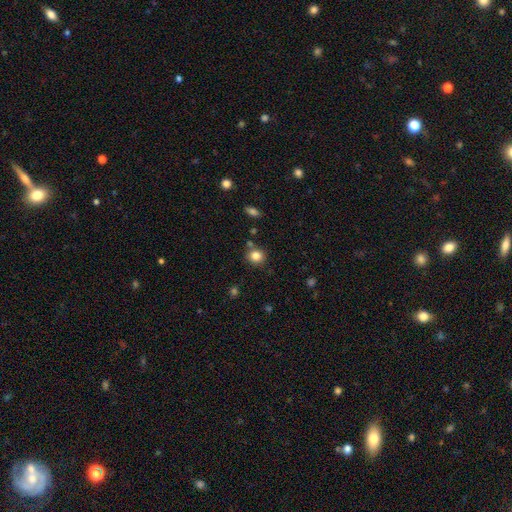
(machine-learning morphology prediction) smooth-or-featured: smooth: 83% | star or artifact: 11% | featured or disk: 6%
  how-rounded: round: 84% | in between: 15% | cigar-shaped: 1%
  merging: none: 80% | minor disturbance: 10% | merger: 7% | major disturbance: 3%